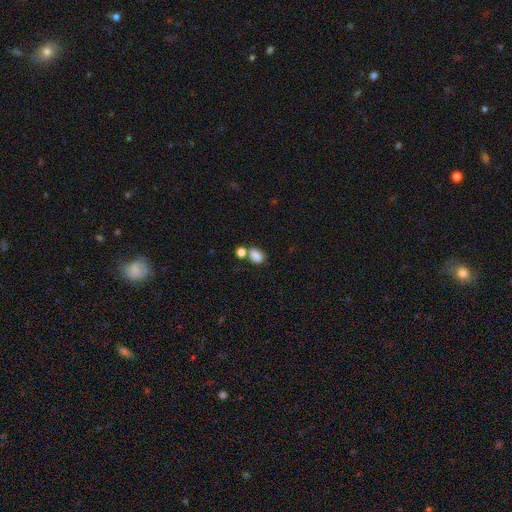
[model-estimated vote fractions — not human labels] Smooth or featured? Predicted: smooth (p=0.84). How rounded? Predicted: in between (p=0.77). Merging? Predicted: none (p=0.51).